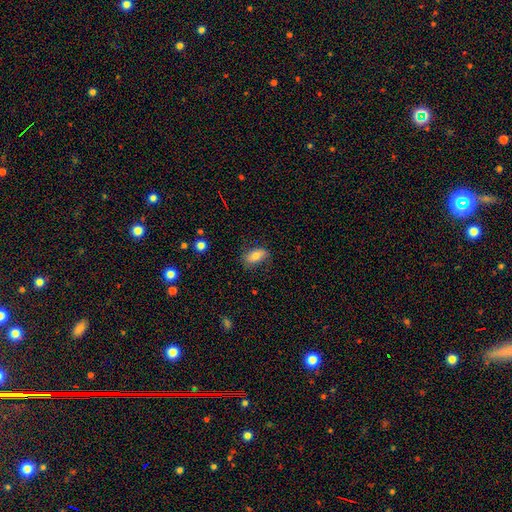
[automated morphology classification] This is likely a smooth galaxy (75%). How rounded: clearly in between (89%). Merging: likely none (73%).